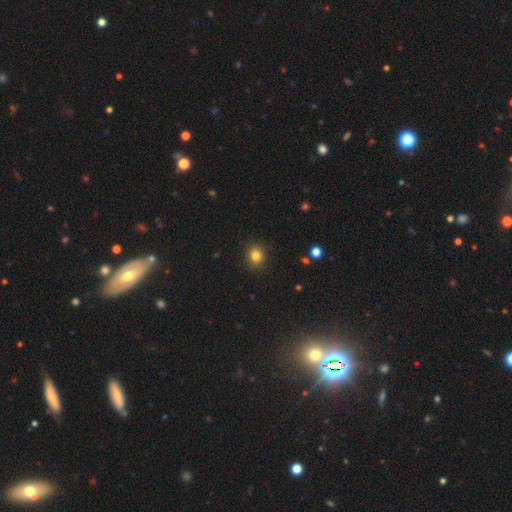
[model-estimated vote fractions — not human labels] A smooth galaxy with no disk features (82%) that is round (76%). Merging: none (89%).